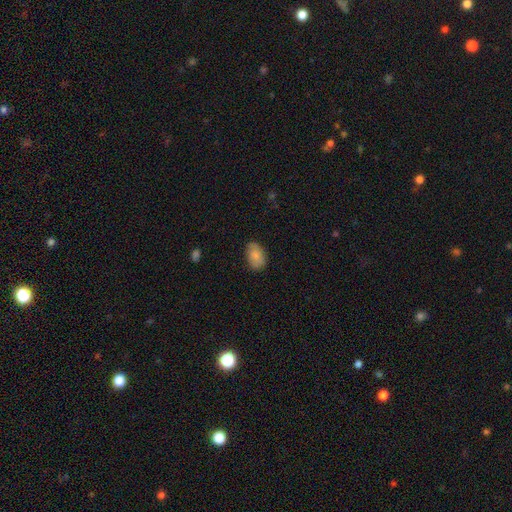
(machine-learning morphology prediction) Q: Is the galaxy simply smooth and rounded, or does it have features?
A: smooth — 81%.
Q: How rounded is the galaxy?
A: in between — 89%.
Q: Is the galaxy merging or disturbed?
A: none — 78%.